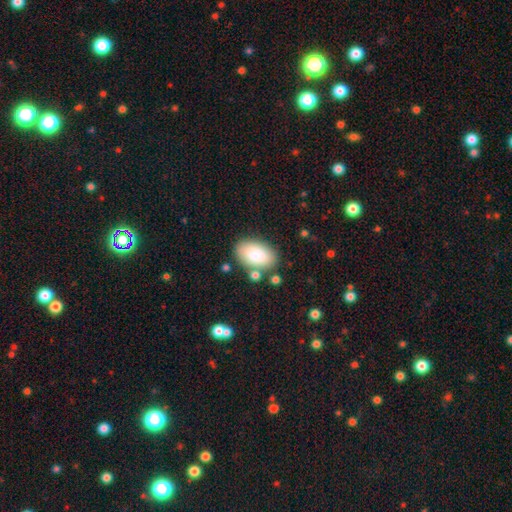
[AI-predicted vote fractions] The model was most divided on "merging": none: 77%, minor disturbance: 13%, merger: 7%, major disturbance: 4%. More confident: how rounded — in between (93%); smooth or featured — smooth (86%).